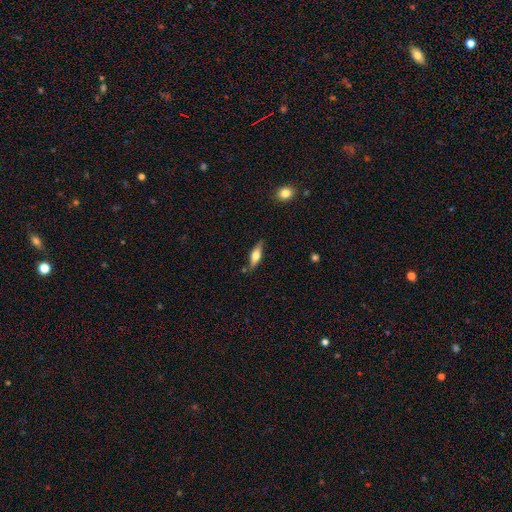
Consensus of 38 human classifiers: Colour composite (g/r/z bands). It shows a featured or disk galaxy (50%) viewed edge-on (95%) with a rounded central bulge (89%). Merging: none (77%).